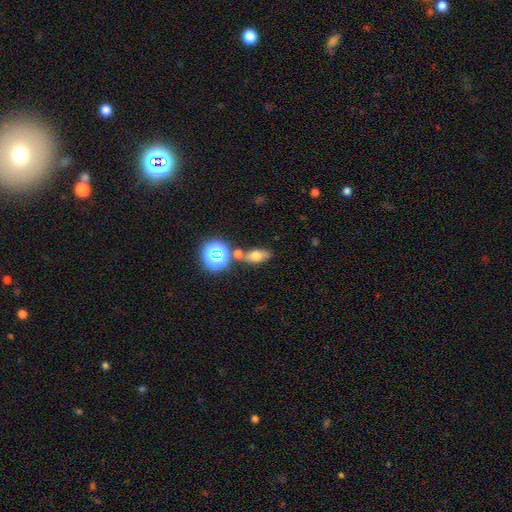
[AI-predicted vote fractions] smooth-or-featured: smooth: 65% | star or artifact: 18% | featured or disk: 17%
  how-rounded: in between: 72% | round: 19% | cigar-shaped: 8%
  merging: none: 69% | merger: 15% | minor disturbance: 12% | major disturbance: 4%